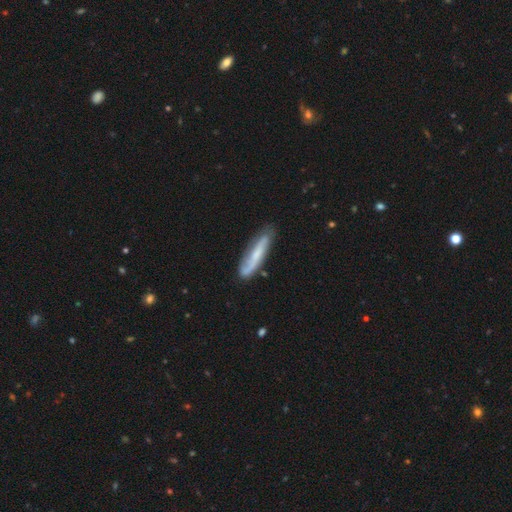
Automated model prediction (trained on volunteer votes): This appears to be a featured or disk galaxy (51%). Merging: none (71%).